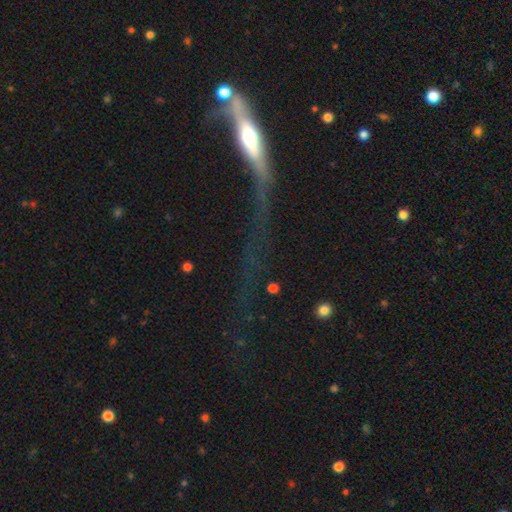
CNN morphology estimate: Smooth or featured? featured or disk (61%)
Edge-on disk? yes (69%)
Merging? major disturbance (47%)